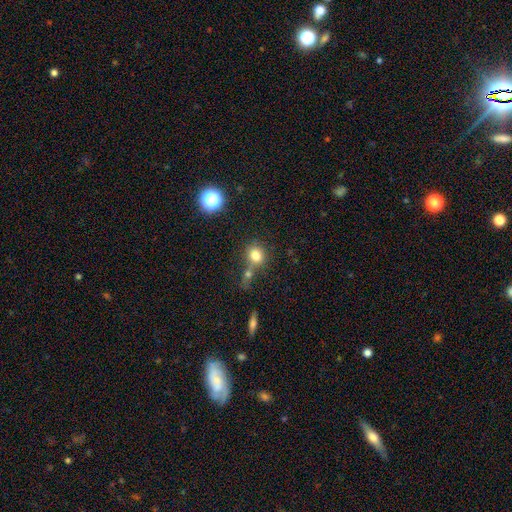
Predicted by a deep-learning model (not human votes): Smooth or featured: smooth — 78% (star or artifact — 13%)
How rounded: round — 77% (in between — 22%)
Merging: none — 52% (merger — 32%)